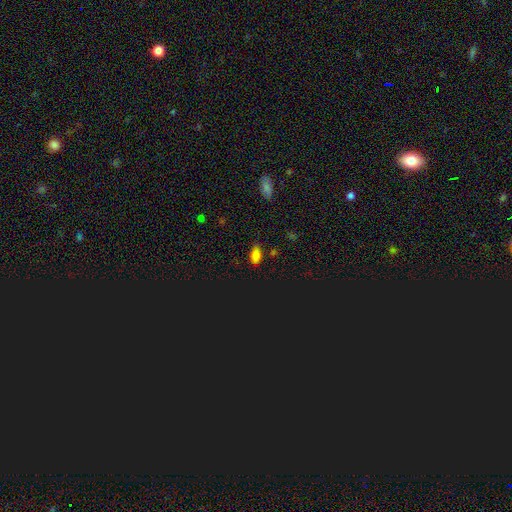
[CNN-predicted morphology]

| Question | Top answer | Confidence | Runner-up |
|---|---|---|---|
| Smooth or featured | smooth | 75% | star or artifact (19%) |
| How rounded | in between | 89% | round (8%) |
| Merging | none | 73% | minor disturbance (21%) |